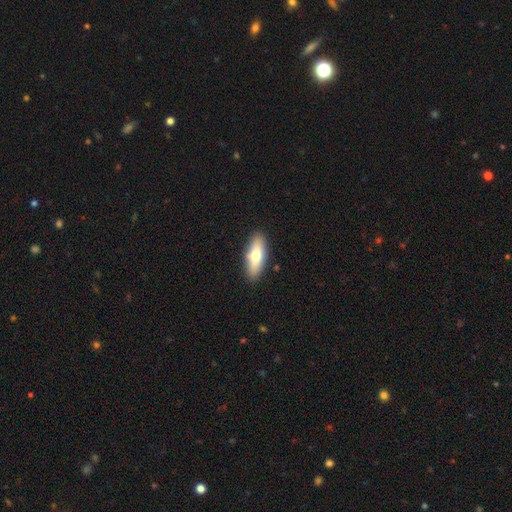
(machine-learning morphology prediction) Smooth or featured? Predicted: smooth (p=0.67). How rounded? Predicted: in between (p=0.67). Merging? Predicted: none (p=0.88).